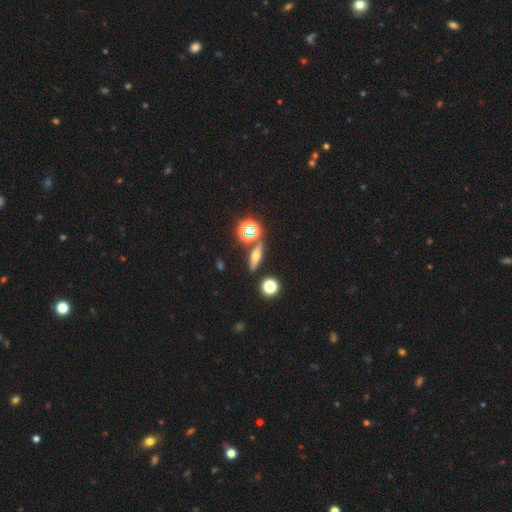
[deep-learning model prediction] Overall: featured or disk (47%; smooth 35%). Merging: none (83%).